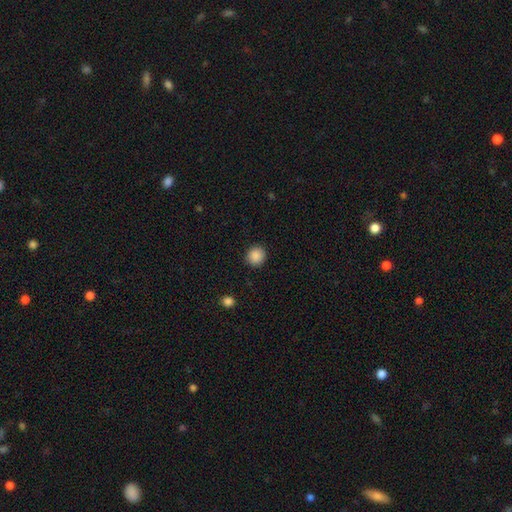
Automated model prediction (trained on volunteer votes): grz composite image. It shows a smooth galaxy with no disk features (88%) that is round (91%). Merging: none (91%).